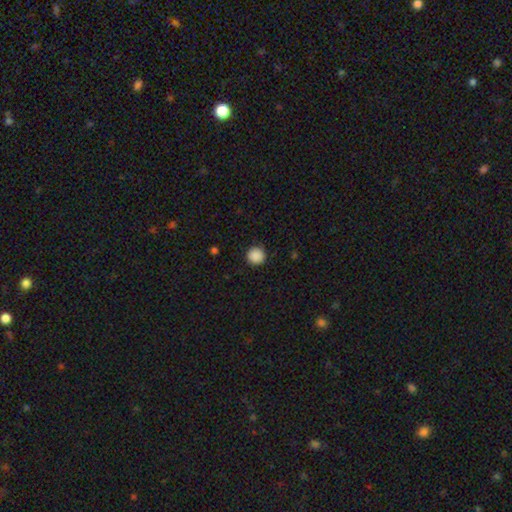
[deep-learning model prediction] Smooth or featured?
  - smooth: 89% *
  - star or artifact: 9%
  - featured or disk: 2%
How rounded?
  - round: 95% *
  - in between: 4%
  - cigar-shaped: 1%
Merging?
  - none: 90% *
  - minor disturbance: 7%
  - major disturbance: 2%
  - merger: 1%